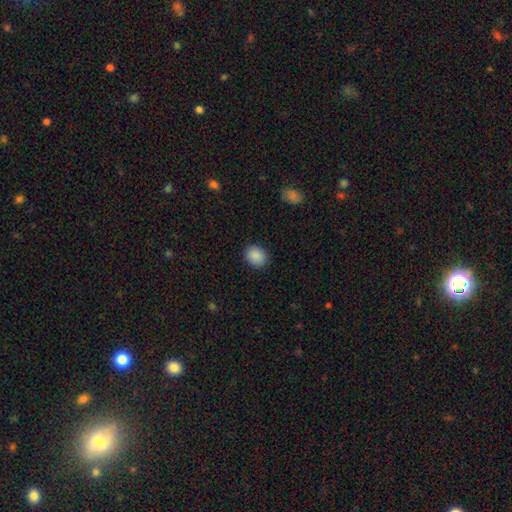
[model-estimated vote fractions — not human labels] The model was most divided on "how rounded": in between: 56%, round: 44%, cigar-shaped: 1%. More confident: merging — none (89%); smooth or featured — smooth (89%).